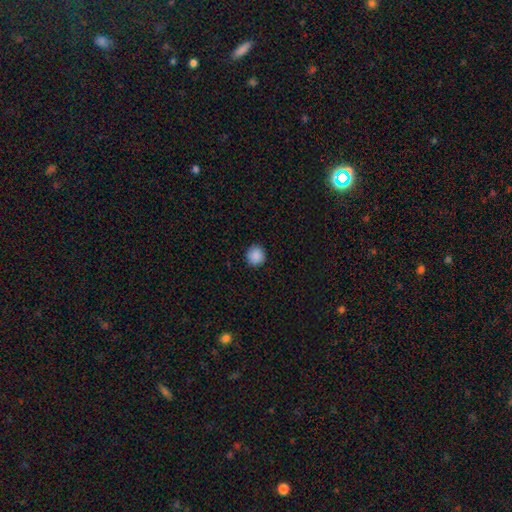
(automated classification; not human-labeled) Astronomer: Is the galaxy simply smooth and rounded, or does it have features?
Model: smooth — 88%.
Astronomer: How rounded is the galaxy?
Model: round — 95%.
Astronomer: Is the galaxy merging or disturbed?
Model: none — 92%.